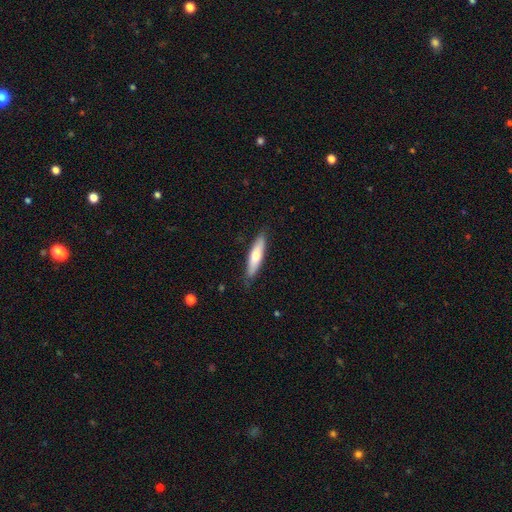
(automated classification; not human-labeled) smooth-or-featured: smooth: 63% | featured or disk: 31% | star or artifact: 5%
  how-rounded: cigar-shaped: 72% | in between: 27% | round: 2%
  merging: none: 83% | minor disturbance: 13% | major disturbance: 2% | merger: 1%